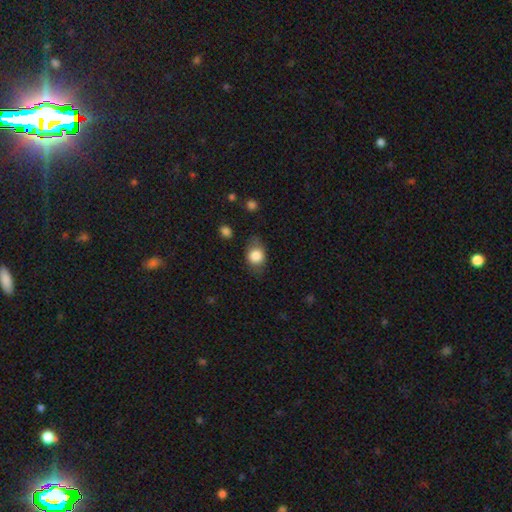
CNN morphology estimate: smooth-or-featured: smooth: 81% | featured or disk: 11% | star or artifact: 8%
  how-rounded: in between: 50% | round: 48% | cigar-shaped: 1%
  merging: none: 67% | minor disturbance: 23% | major disturbance: 8% | merger: 2%